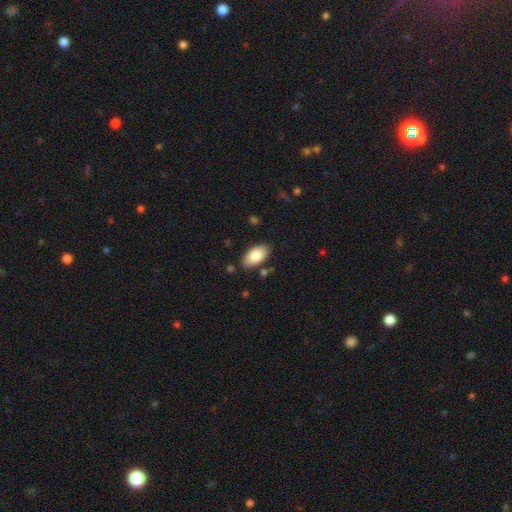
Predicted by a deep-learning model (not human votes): smooth-or-featured: smooth: 84% | featured or disk: 9% | star or artifact: 6%
  how-rounded: in between: 95% | round: 3% | cigar-shaped: 2%
  merging: none: 84% | minor disturbance: 11% | merger: 2% | major disturbance: 2%